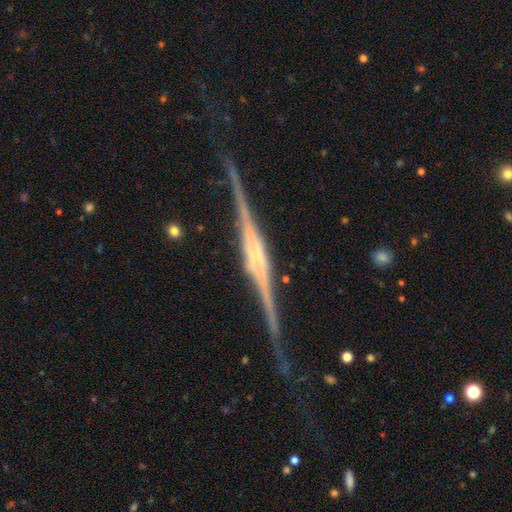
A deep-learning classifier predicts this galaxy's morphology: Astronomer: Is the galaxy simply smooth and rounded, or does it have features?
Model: featured or disk — 89%.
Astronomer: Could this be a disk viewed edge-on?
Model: yes — 98%.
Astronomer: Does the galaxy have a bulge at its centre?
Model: boxy — 51% (runner-up: rounded, 41%).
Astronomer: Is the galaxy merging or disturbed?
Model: none — 83%.